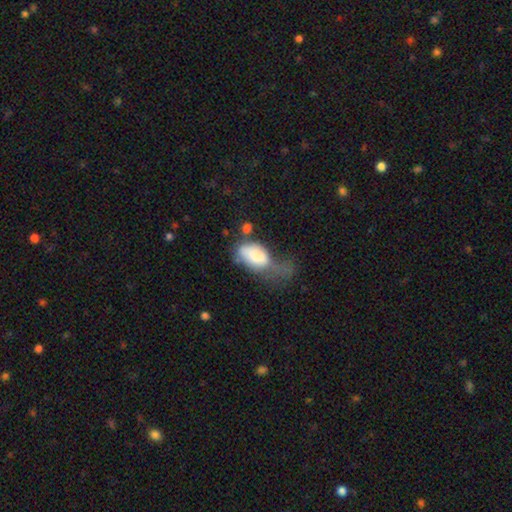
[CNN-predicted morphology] This is likely a smooth galaxy (73%). How rounded: clearly in between (89%). Merging: possibly major disturbance (48%).